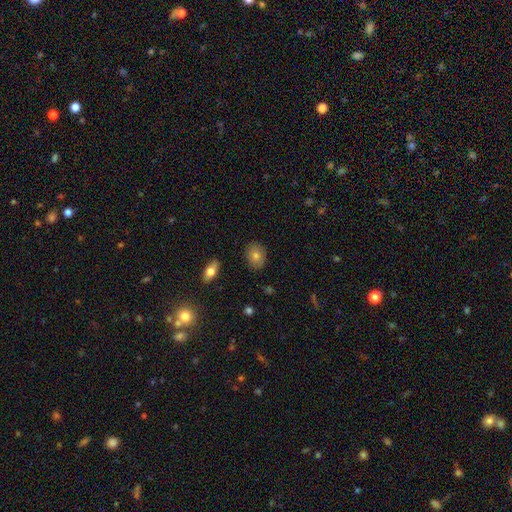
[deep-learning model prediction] Smooth or featured: smooth — 75% (featured or disk — 16%)
How rounded: in between — 65% (round — 34%)
Merging: none — 86% (minor disturbance — 10%)